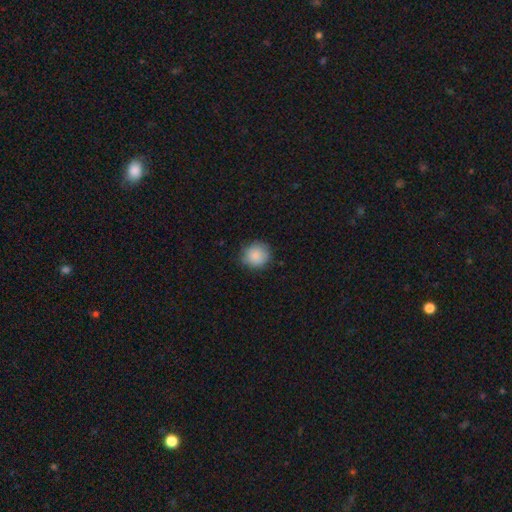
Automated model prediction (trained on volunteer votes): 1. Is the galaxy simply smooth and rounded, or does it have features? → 88% smooth, 8% star or artifact, 5% featured or disk.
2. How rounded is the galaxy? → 88% round, 11% in between, 1% cigar-shaped.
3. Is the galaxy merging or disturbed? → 82% none, 14% minor disturbance, 3% major disturbance, 1% merger.